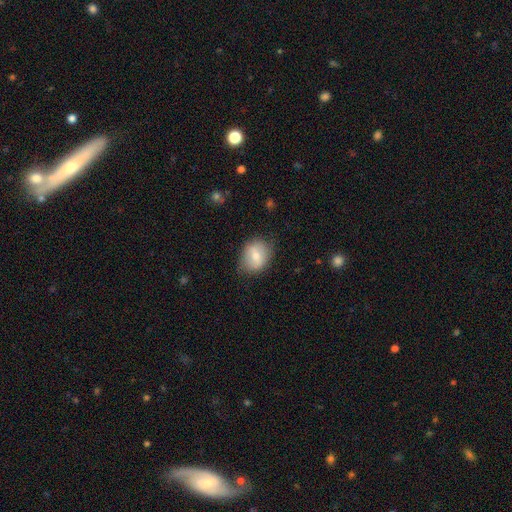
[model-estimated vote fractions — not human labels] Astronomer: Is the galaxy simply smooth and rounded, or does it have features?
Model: smooth — 67%.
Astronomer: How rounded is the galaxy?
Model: in between — 51% (runner-up: round, 48%).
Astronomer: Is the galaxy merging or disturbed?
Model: none — 74%.